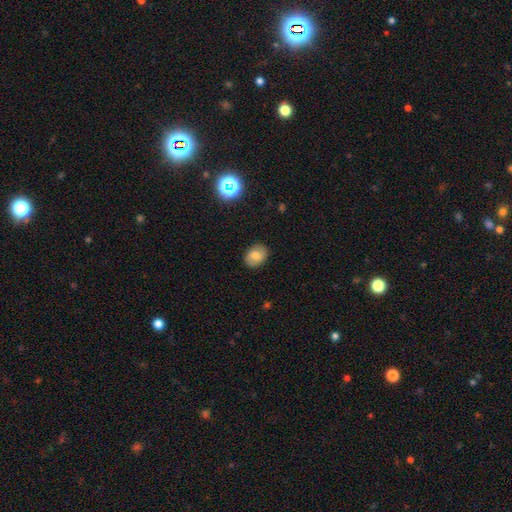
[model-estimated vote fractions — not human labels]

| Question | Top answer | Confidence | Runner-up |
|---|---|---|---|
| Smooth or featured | smooth | 69% | featured or disk (19%) |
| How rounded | in between | 62% | round (37%) |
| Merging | none | 86% | minor disturbance (10%) |